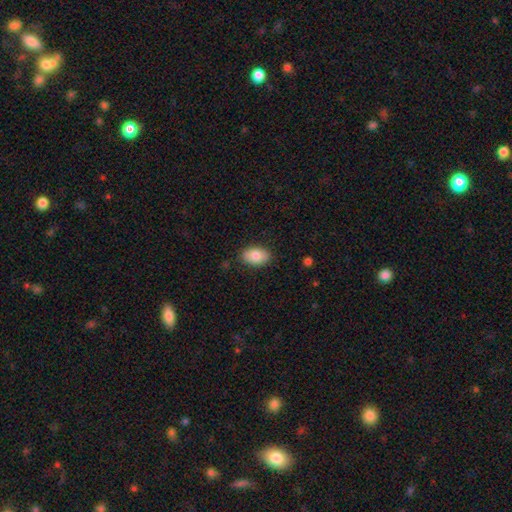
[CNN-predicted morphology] Smooth or featured? Predicted: smooth (p=0.81). How rounded? Predicted: in between (p=0.88). Merging? Predicted: none (p=0.85).